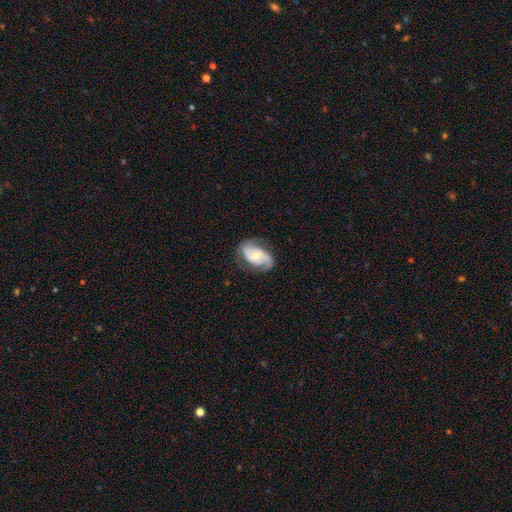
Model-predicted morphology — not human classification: smooth_or_featured: featured or disk (p=0.76) [alt: smooth p=0.18]
disk_edge_on: no (p=0.97) [alt: yes p=0.03]
bar: no (p=0.55) [alt: weak p=0.36]
has_spiral_arms: yes (p=0.95) [alt: no p=0.05]
spiral_winding: medium (p=0.48) [alt: tight p=0.26]
spiral_arm_count: 2 (p=0.83) [alt: can't tell p=0.07]
bulge_size: small (p=0.46) [alt: moderate p=0.45]
merging: none (p=0.71) [alt: minor disturbance p=0.20]